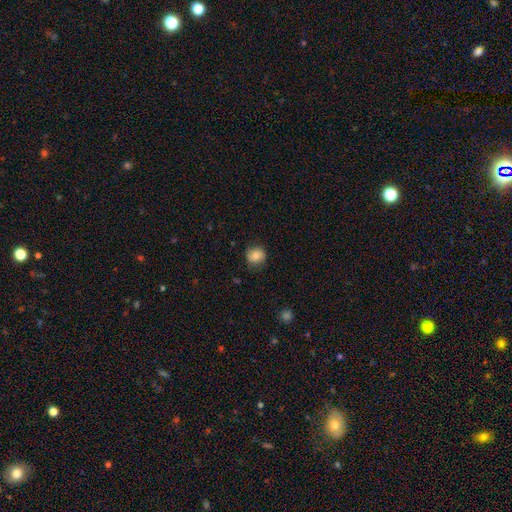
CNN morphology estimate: smooth 79%, featured or disk 12%, star or artifact 9%. Down the decision tree: how rounded — round (85%); merging — none (79%).